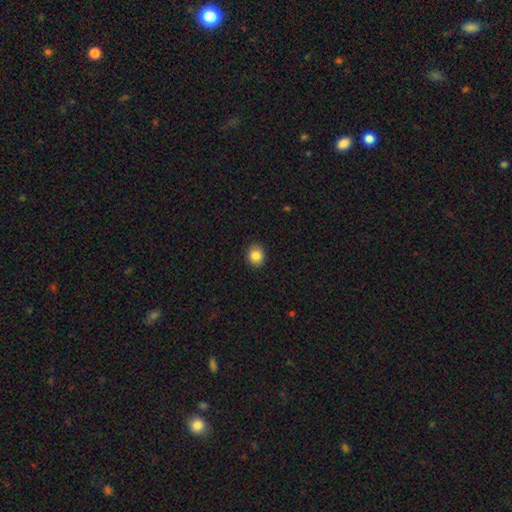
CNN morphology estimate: A smooth galaxy with no disk features (85%) that is round (69%).

Vote fractions:
- Smooth or featured? smooth: 85% / star or artifact: 9% / featured or disk: 6%
- How rounded? round: 69% / in between: 30% / cigar-shaped: 1%
- Merging? none: 91% / minor disturbance: 6% / major disturbance: 2% / merger: 1%